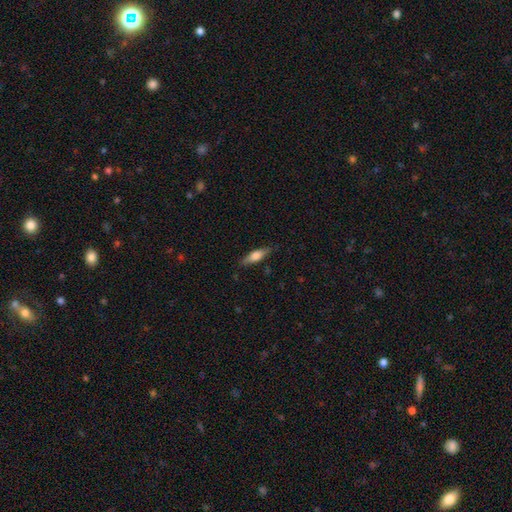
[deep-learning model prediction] Smooth or featured? Predicted: smooth (p=0.66). How rounded? Predicted: cigar-shaped (p=0.53). Merging? Predicted: none (p=0.81).